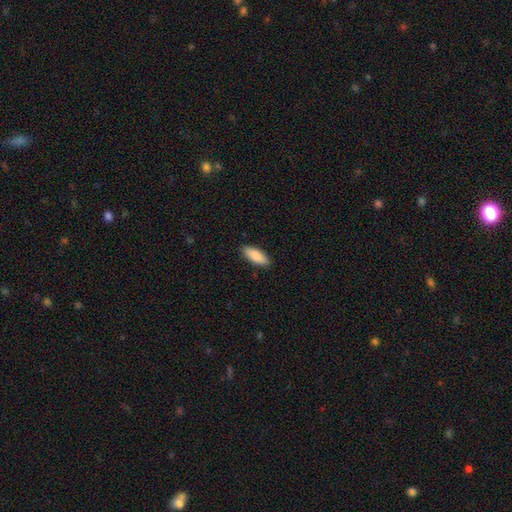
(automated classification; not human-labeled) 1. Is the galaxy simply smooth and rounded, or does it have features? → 87% smooth, 7% featured or disk, 6% star or artifact.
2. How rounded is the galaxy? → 74% in between, 25% cigar-shaped, 2% round.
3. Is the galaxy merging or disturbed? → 89% none, 8% minor disturbance, 2% major disturbance, 1% merger.